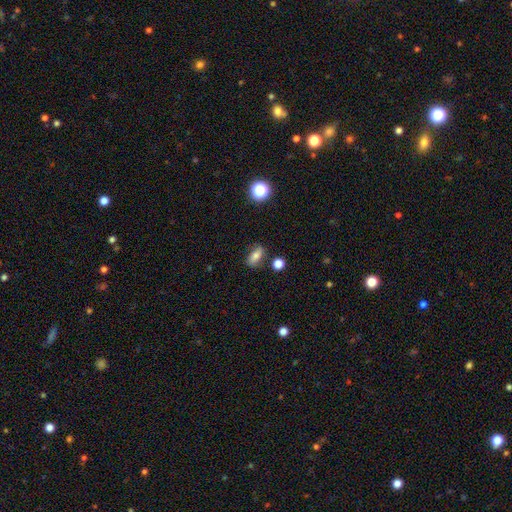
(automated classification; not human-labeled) Overall: smooth (74%). How rounded: in between (79%). Merging: none (78%).